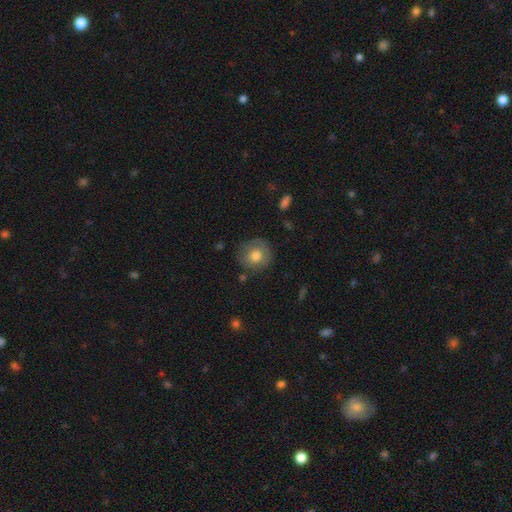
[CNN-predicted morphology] smooth_or_featured: smooth (p=0.72) [alt: featured or disk p=0.20]
how_rounded: round (p=0.91) [alt: in between p=0.08]
merging: none (p=0.79) [alt: minor disturbance p=0.15]